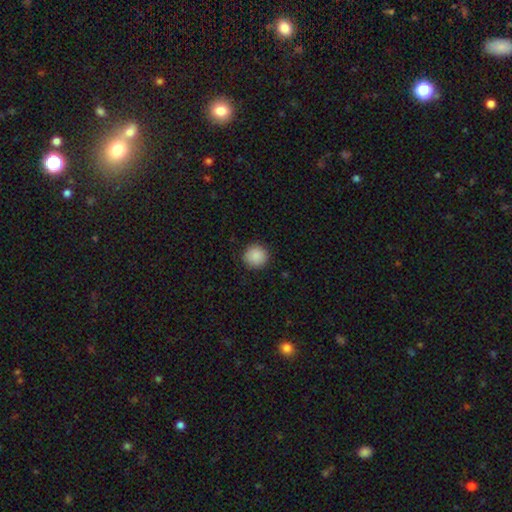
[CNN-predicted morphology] Smooth or featured? Predicted: smooth (p=0.89). How rounded? Predicted: round (p=0.94). Merging? Predicted: none (p=0.91).